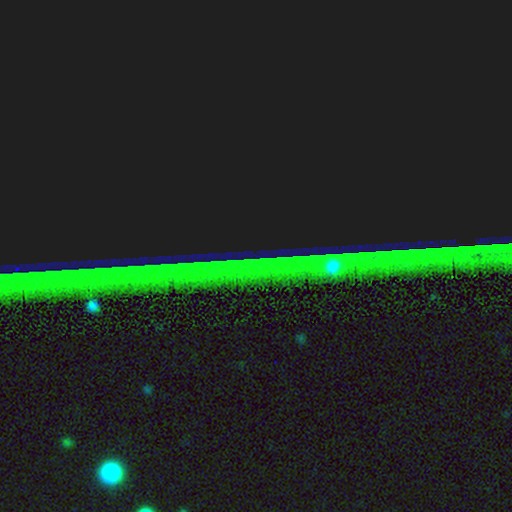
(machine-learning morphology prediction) smooth-or-featured: star or artifact: 85% | featured or disk: 9% | smooth: 6%